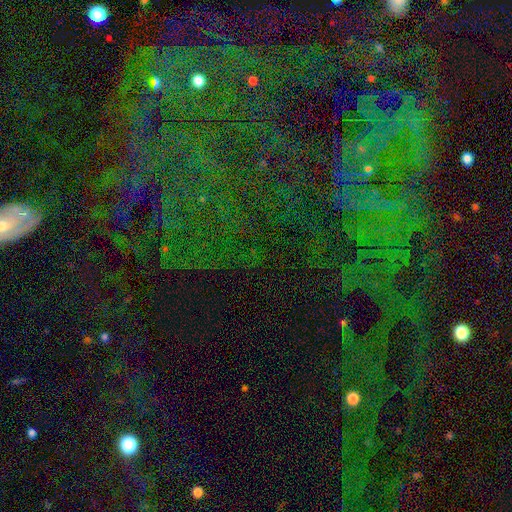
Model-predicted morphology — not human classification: Smooth or featured: star or artifact — 77% (smooth — 12%)